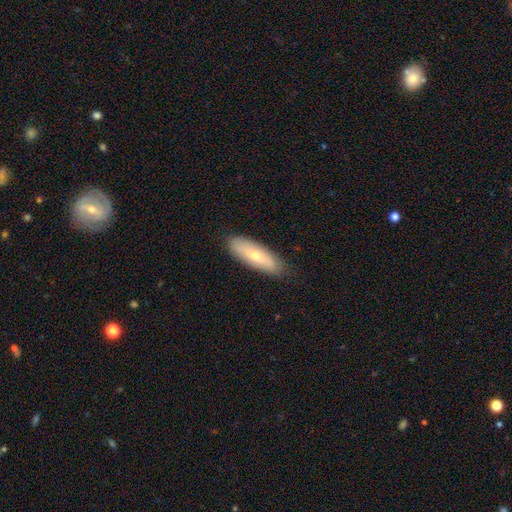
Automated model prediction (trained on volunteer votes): Smooth or featured? smooth (61%)
How rounded? in between (54%)
Merging? none (85%)